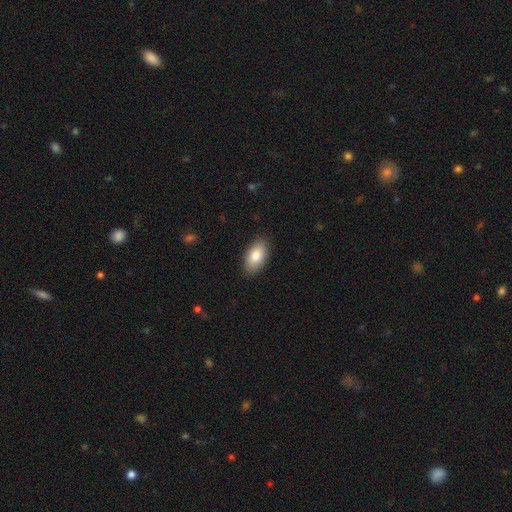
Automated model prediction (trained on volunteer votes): smooth_or_featured: smooth (p=0.82) [alt: featured or disk p=0.11]
how_rounded: in between (p=0.94) [alt: round p=0.04]
merging: none (p=0.87) [alt: minor disturbance p=0.10]